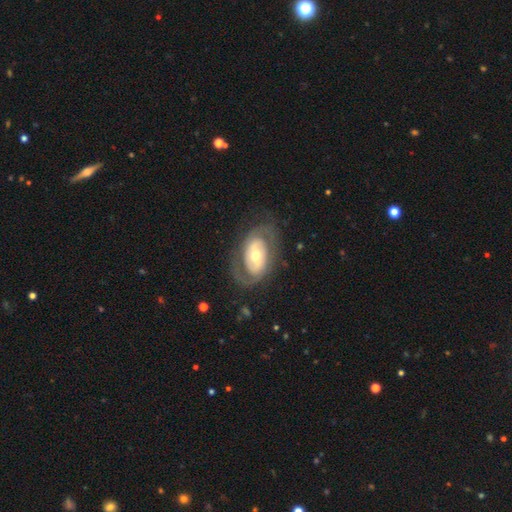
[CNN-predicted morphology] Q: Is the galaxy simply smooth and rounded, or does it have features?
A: featured or disk — 81%.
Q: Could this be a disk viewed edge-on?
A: no — 95%.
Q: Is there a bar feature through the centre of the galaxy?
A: no — 41%.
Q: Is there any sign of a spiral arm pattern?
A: yes — 85%.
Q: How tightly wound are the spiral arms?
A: tight — 42%.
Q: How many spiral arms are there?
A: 2 — 76%.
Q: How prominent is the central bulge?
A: moderate — 61%.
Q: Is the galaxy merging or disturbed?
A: none — 71%.